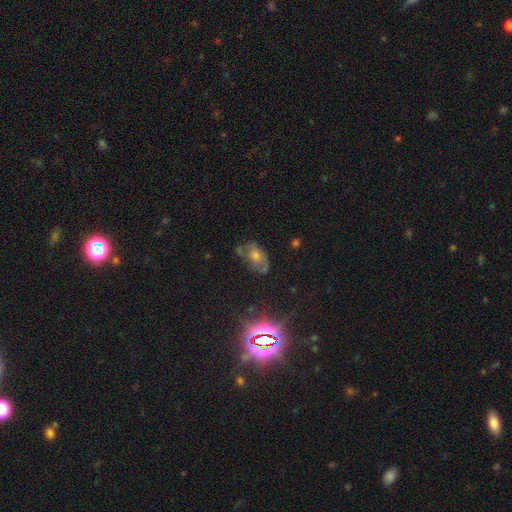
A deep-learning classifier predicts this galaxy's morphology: smooth-or-featured: featured or disk: 40% | star or artifact: 33% | smooth: 27%
  merging: none: 57% | minor disturbance: 25% | major disturbance: 14% | merger: 4%